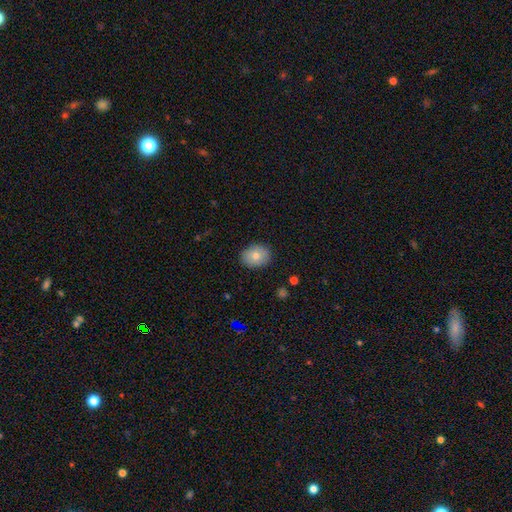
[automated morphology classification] Overall: smooth (77%). How rounded: in between (60%; round 39%). Merging: none (89%).